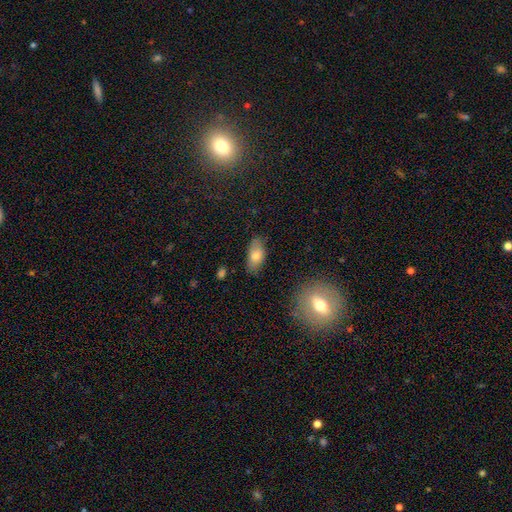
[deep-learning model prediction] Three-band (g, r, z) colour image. It shows a smooth galaxy with no disk features (78%) that is in between round and cigar-shaped (90%). Merging: none (79%).